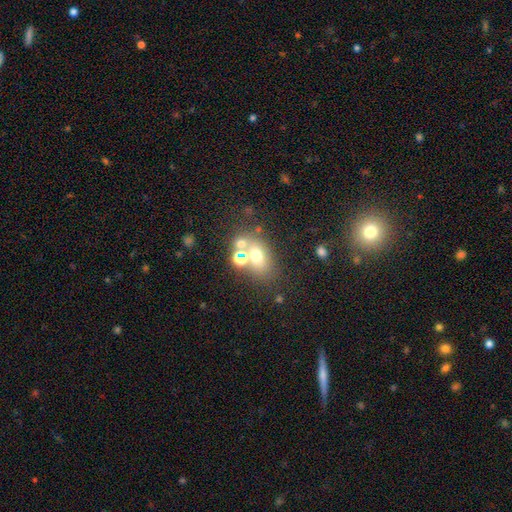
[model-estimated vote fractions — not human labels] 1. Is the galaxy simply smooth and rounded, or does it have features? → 60% smooth, 21% featured or disk, 19% star or artifact.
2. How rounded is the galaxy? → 63% in between, 35% round, 2% cigar-shaped.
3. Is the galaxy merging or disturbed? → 51% none, 30% merger, 12% minor disturbance, 7% major disturbance.